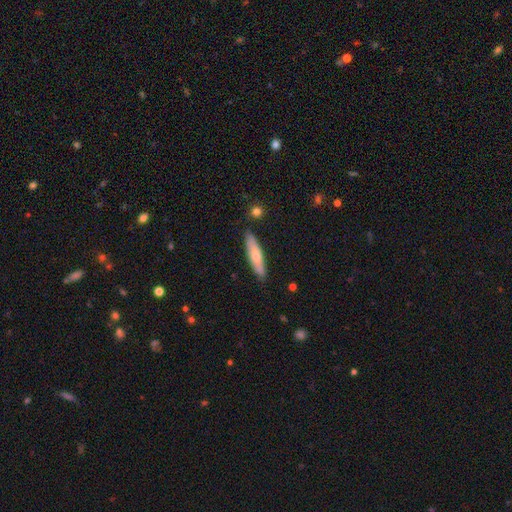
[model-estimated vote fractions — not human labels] smooth 56%, featured or disk 38%, star or artifact 6%. Down the decision tree: how rounded — cigar-shaped (78%); merging — none (85%).